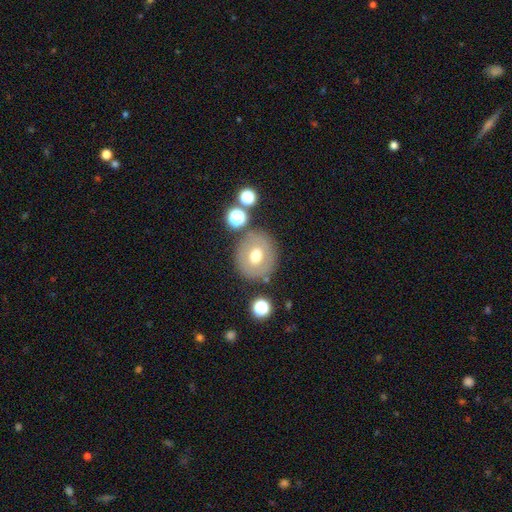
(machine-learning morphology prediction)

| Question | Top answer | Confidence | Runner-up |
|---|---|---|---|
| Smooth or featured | smooth | 59% | featured or disk (31%) |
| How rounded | round | 81% | in between (18%) |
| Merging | none | 79% | minor disturbance (11%) |